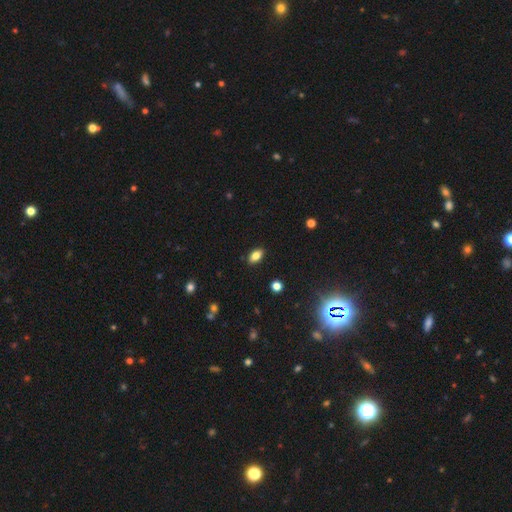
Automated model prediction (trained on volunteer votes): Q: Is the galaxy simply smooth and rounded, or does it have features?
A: smooth — 83%.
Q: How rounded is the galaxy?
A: in between — 89%.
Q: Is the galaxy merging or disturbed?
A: none — 88%.